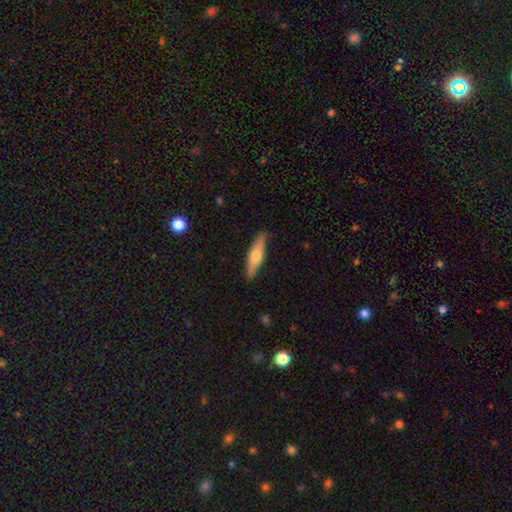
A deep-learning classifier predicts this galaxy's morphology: smooth_or_featured: smooth (p=0.56) [alt: featured or disk p=0.38]
how_rounded: cigar-shaped (p=0.68) [alt: in between p=0.30]
merging: none (p=0.86) [alt: minor disturbance p=0.11]